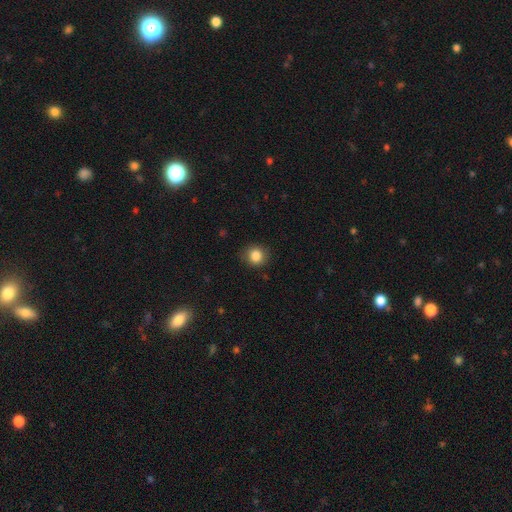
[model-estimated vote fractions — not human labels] This appears to be a smooth galaxy with no disk features (86%) that is round (84%). Merging: none (85%).